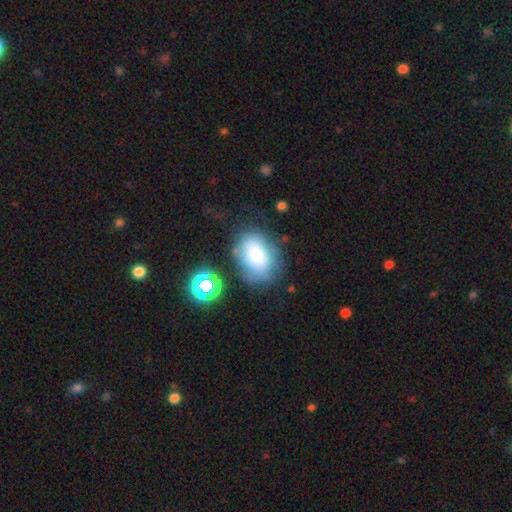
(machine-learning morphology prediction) This appears to be a smooth galaxy with no disk features (67%) that is in between round and cigar-shaped (75%). Merging: none (59%).